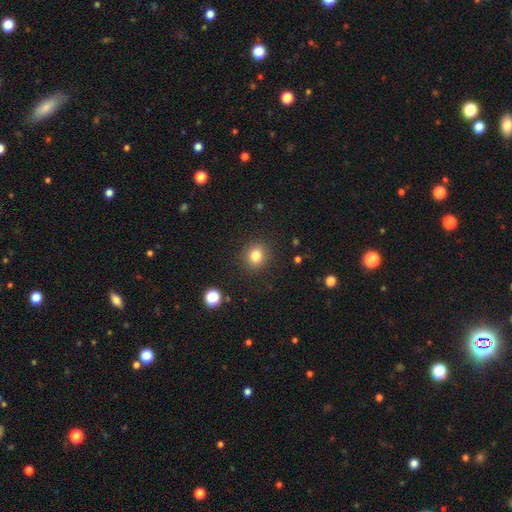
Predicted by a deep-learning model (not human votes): Morphology: type=smooth (82%); roundness=round (81%); merging=none (89%).